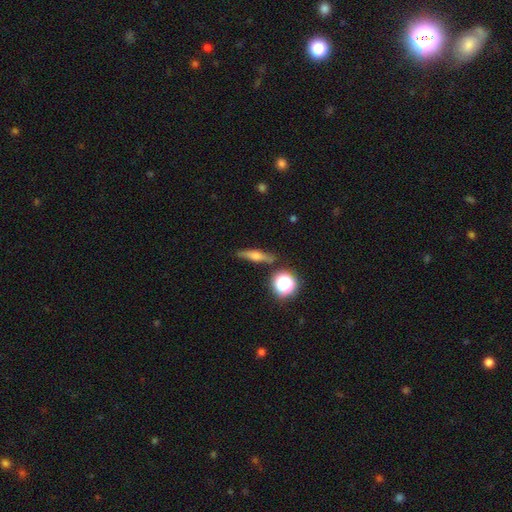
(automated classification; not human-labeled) The model was most divided on "smooth or featured": smooth: 45%, featured or disk: 42%, star or artifact: 12%. More confident: merging — none (84%).